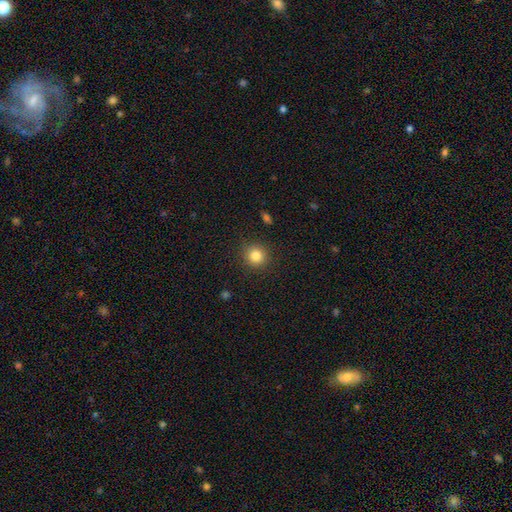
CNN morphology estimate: Smooth or featured? Predicted: smooth (p=0.83). How rounded? Predicted: round (p=0.91). Merging? Predicted: none (p=0.90).